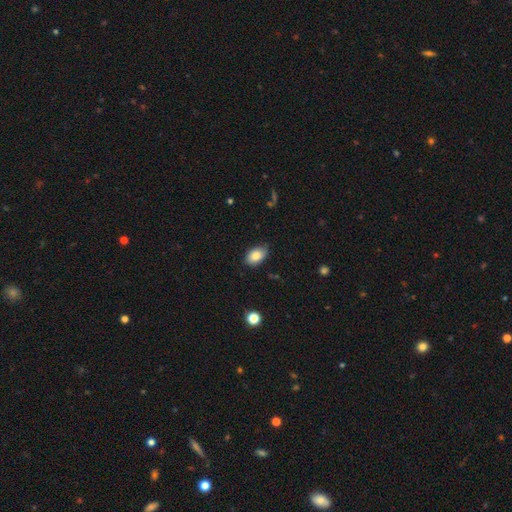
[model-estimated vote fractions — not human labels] smooth 84%, featured or disk 8%, star or artifact 8%. Down the decision tree: how rounded — in between (90%); merging — none (76%).